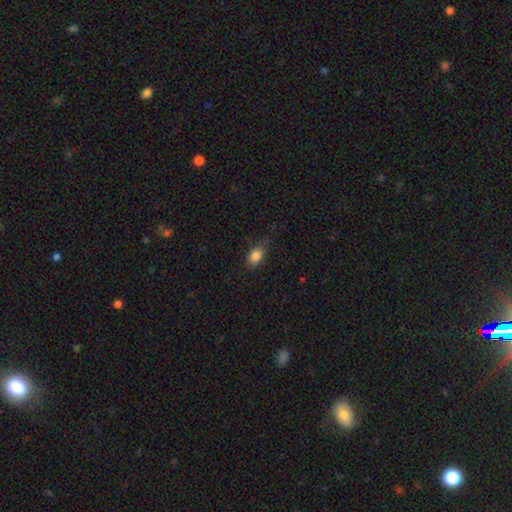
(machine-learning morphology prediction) Smooth or featured: smooth — 84% (star or artifact — 9%)
How rounded: in between — 79% (round — 17%)
Merging: none — 70% (minor disturbance — 23%)